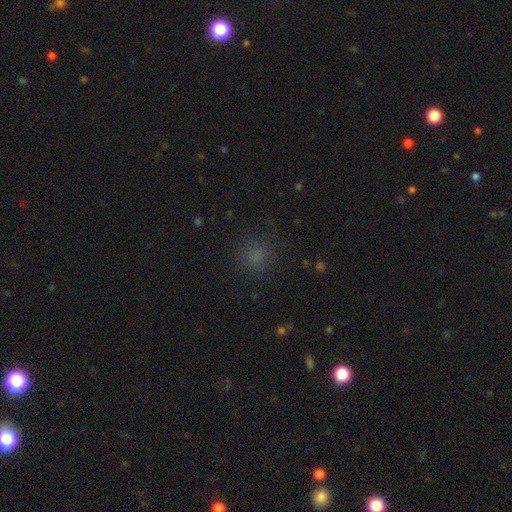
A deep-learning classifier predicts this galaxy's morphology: smooth-or-featured: smooth: 72% | star or artifact: 22% | featured or disk: 6%
  how-rounded: round: 85% | in between: 14% | cigar-shaped: 1%
  merging: none: 83% | minor disturbance: 11% | major disturbance: 5% | merger: 1%